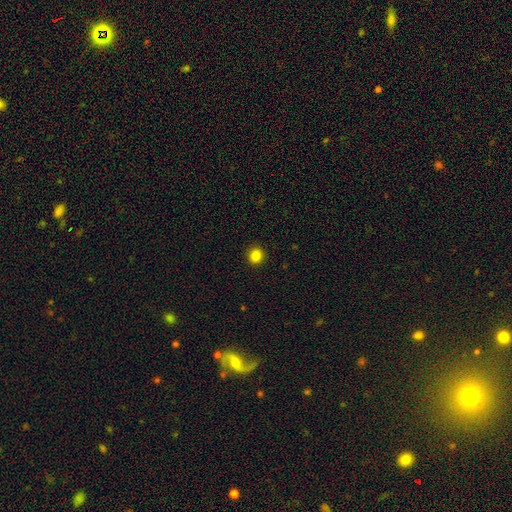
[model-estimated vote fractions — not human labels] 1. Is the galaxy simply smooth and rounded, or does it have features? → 85% smooth, 12% star or artifact, 3% featured or disk.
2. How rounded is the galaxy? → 86% round, 13% in between, 1% cigar-shaped.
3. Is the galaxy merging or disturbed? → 92% none, 5% minor disturbance, 2% major disturbance, 1% merger.